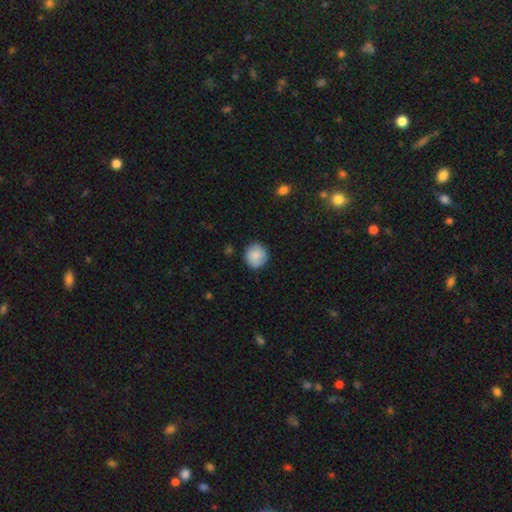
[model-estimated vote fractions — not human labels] smooth_or_featured: smooth (p=0.85) [alt: featured or disk p=0.08]
how_rounded: round (p=0.93) [alt: in between p=0.06]
merging: none (p=0.84) [alt: minor disturbance p=0.12]